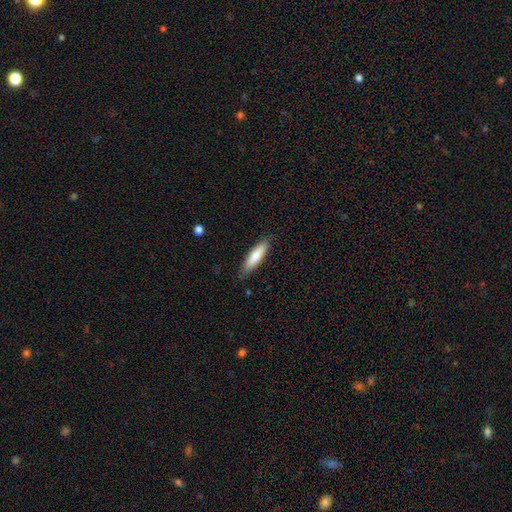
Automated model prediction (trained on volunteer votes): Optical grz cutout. It shows a smooth galaxy with no disk features (77%) that is cigar-shaped (69%). Merging: none (84%).